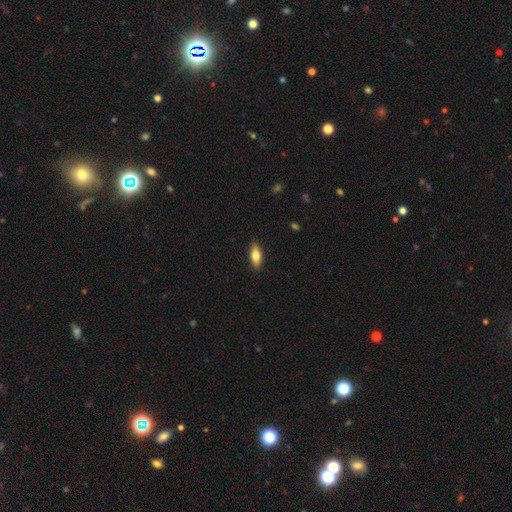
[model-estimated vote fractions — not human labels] smooth_or_featured: smooth (p=0.72) [alt: featured or disk p=0.21]
how_rounded: in between (p=0.77) [alt: cigar-shaped p=0.20]
merging: none (p=0.89) [alt: minor disturbance p=0.08]